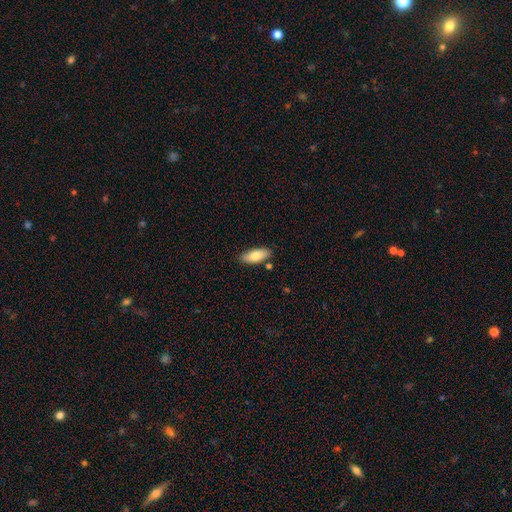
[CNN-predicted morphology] Overall: smooth (79%). How rounded: in between (85%). Merging: none (82%).